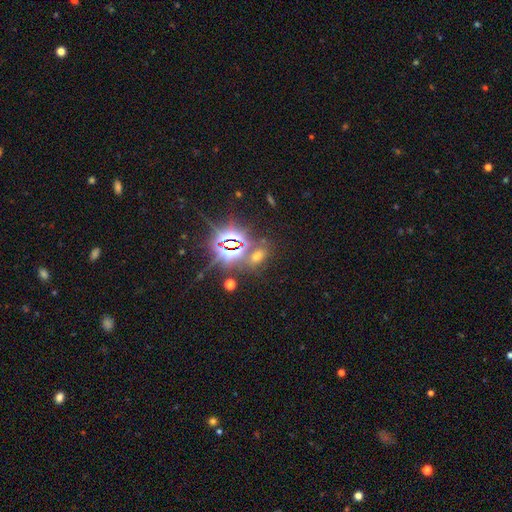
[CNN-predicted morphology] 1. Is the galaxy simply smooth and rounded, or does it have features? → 75% star or artifact, 16% smooth, 9% featured or disk.